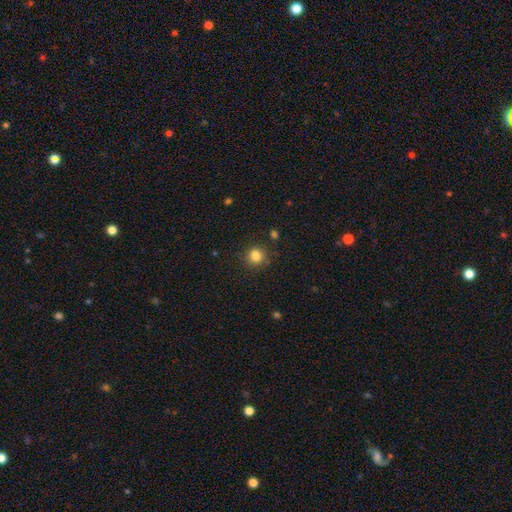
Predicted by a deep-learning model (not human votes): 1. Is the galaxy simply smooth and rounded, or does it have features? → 83% smooth, 12% star or artifact, 5% featured or disk.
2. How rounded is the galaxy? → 84% round, 15% in between, 1% cigar-shaped.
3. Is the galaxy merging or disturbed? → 82% none, 12% minor disturbance, 3% major disturbance, 3% merger.